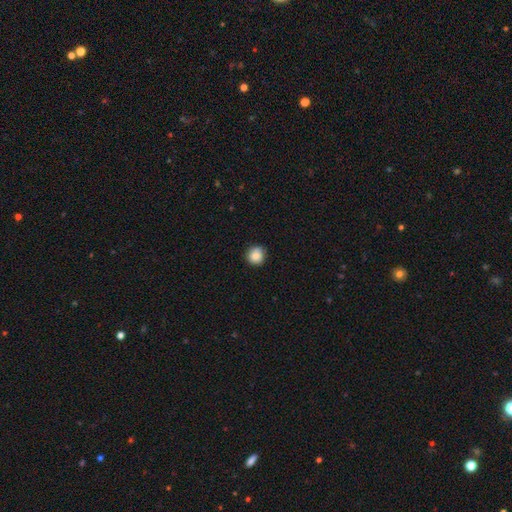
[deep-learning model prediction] Q: Smooth or featured?
A: smooth (84%); runner-up: star or artifact (9%)
Q: How rounded?
A: round (91%); runner-up: in between (8%)
Q: Merging?
A: none (83%); runner-up: minor disturbance (14%)